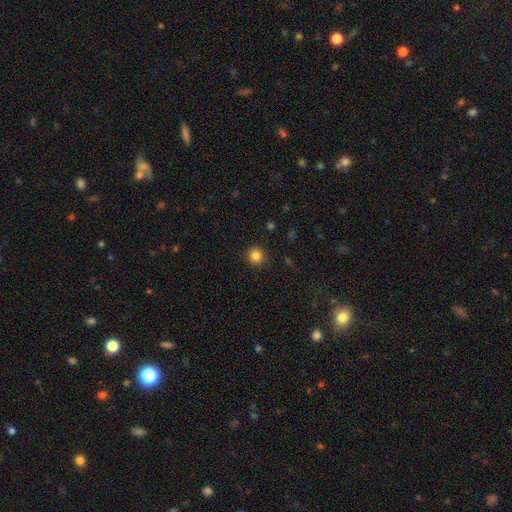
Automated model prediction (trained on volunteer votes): Smooth or featured?
  - smooth: 84% *
  - star or artifact: 12%
  - featured or disk: 4%
How rounded?
  - round: 94% *
  - in between: 5%
  - cigar-shaped: 1%
Merging?
  - none: 90% *
  - minor disturbance: 7%
  - major disturbance: 2%
  - merger: 1%